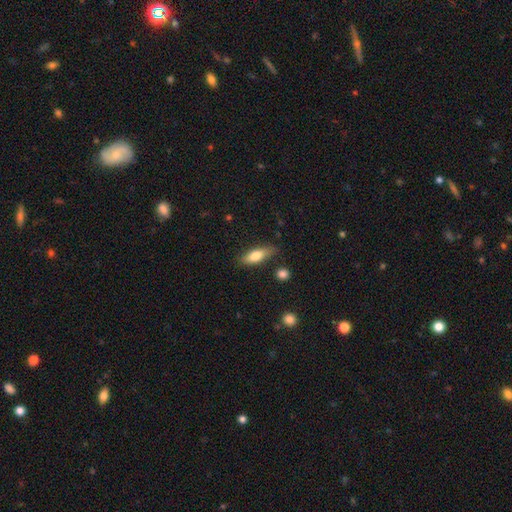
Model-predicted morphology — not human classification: Smooth or featured? smooth (72%)
How rounded? in between (60%)
Merging? none (78%)